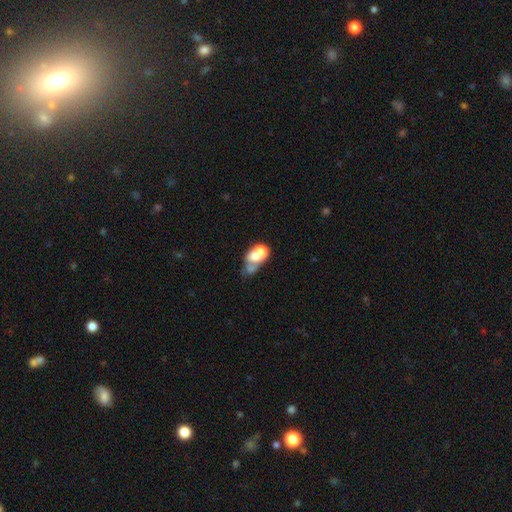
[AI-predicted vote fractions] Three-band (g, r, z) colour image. It shows a smooth galaxy with no disk features (51%) that is in between round and cigar-shaped (69%). Merging: merger (58%).